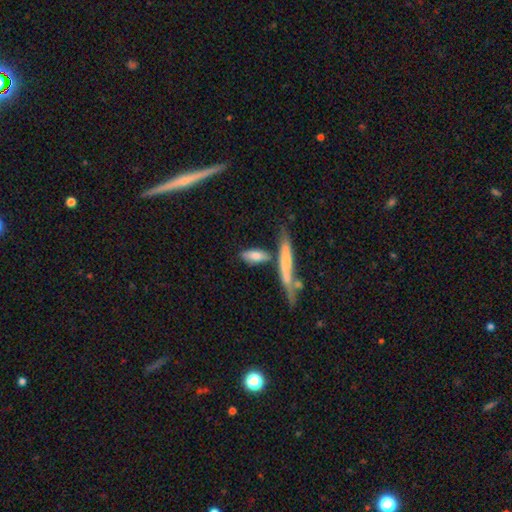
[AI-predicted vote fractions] A smooth galaxy with no disk features (74%) that is in between round and cigar-shaped (61%).

Vote fractions:
- Smooth or featured? smooth: 74% / featured or disk: 21% / star or artifact: 6%
- How rounded? in between: 61% / cigar-shaped: 36% / round: 3%
- Merging? none: 58% / merger: 20% / minor disturbance: 16% / major disturbance: 6%